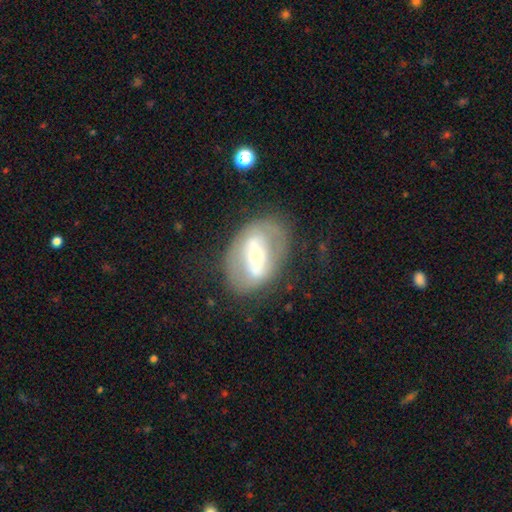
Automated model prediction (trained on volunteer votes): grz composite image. It shows a featured or disk galaxy (65%) with no bar (46%), no spiral arms (64%) and a moderate central bulge (46%). Merging: none (61%).